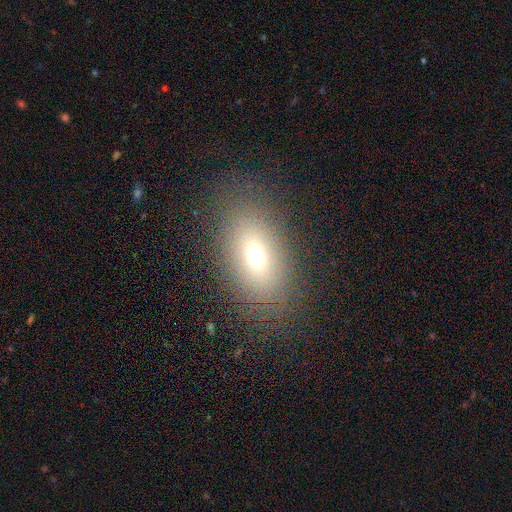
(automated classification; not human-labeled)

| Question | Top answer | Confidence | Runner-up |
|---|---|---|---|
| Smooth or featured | smooth | 65% | star or artifact (18%) |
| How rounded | in between | 79% | round (19%) |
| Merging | none | 79% | minor disturbance (11%) |